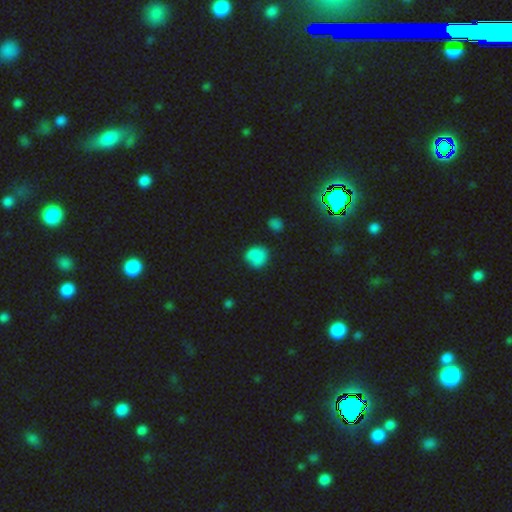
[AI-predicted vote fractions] Morphology: type=smooth (78%); roundness=round (71%); merging=none (56%).